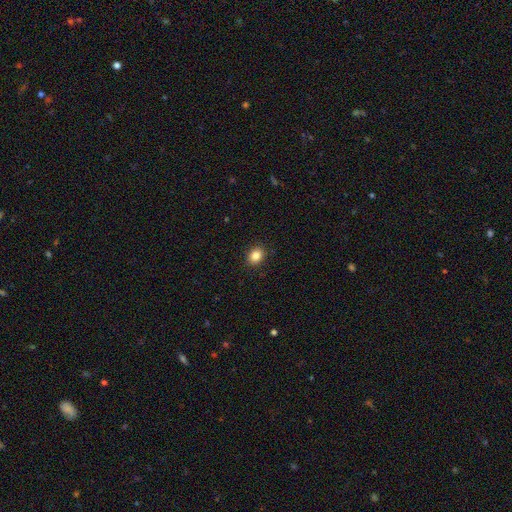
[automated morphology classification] This appears to be a smooth galaxy with no disk features (85%) that is round (52%). Merging: none (90%).